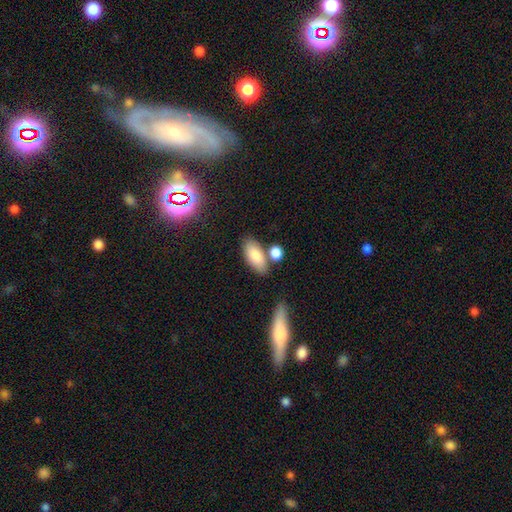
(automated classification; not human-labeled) smooth_or_featured: smooth (p=0.83) [alt: featured or disk p=0.10]
how_rounded: in between (p=0.86) [alt: cigar-shaped p=0.11]
merging: none (p=0.66) [alt: merger p=0.17]